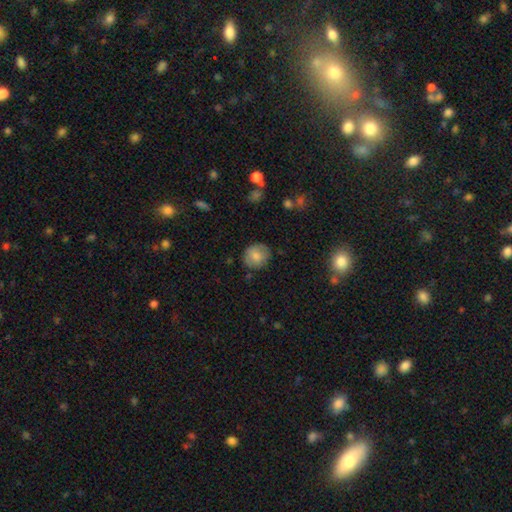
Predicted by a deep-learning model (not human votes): smooth 79%, featured or disk 13%, star or artifact 8%. Down the decision tree: how rounded — round (80%); merging — none (80%).